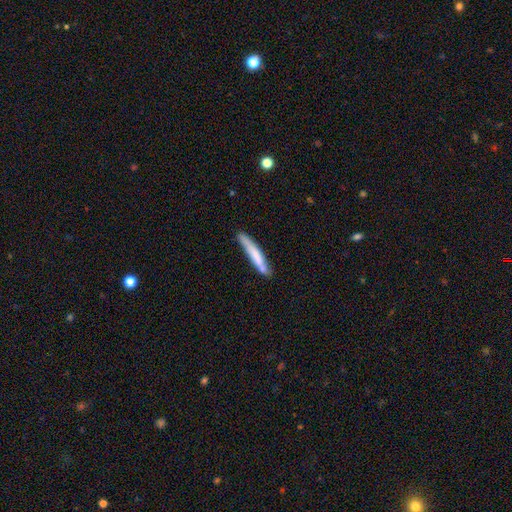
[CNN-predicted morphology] A smooth galaxy with no disk features (63%) that is cigar-shaped (93%).

Vote fractions:
- Smooth or featured? smooth: 63% / featured or disk: 31% / star or artifact: 5%
- How rounded? cigar-shaped: 93% / in between: 5% / round: 1%
- Merging? none: 70% / minor disturbance: 19% / merger: 7% / major disturbance: 4%